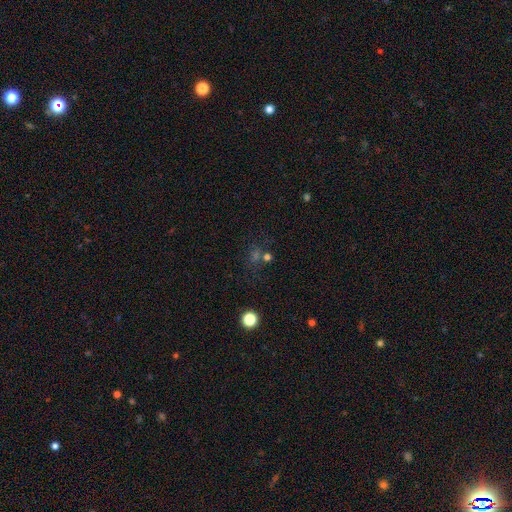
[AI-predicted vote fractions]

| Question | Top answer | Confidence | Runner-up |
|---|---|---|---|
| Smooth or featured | star or artifact | 48% | smooth (37%) |